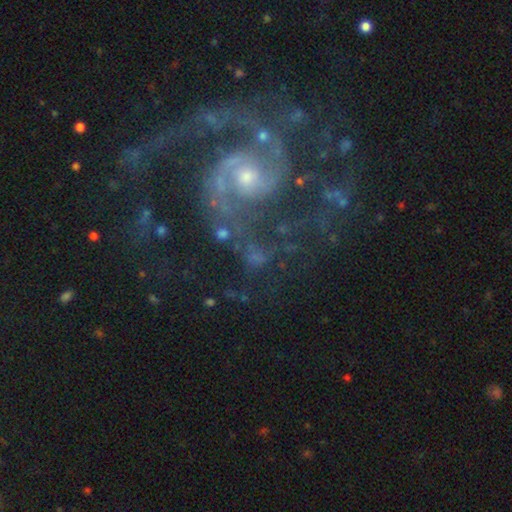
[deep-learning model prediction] Morphology: type=featured or disk (64%); edge-on=no (96%); bar=no (60%); spiral arms=yes (86%); winding=medium (45%); arm count=2 (61%); bulge=small (43%, tied with moderate); merging=none (56%).